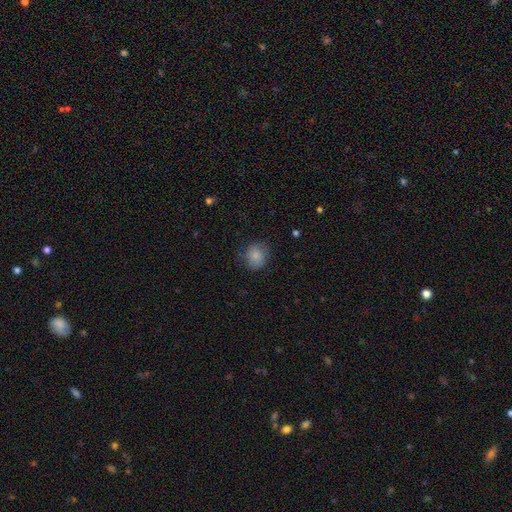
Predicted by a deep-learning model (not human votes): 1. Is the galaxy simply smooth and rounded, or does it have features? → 82% smooth, 9% featured or disk, 8% star or artifact.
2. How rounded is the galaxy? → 76% round, 23% in between, 1% cigar-shaped.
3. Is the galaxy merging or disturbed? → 73% none, 21% minor disturbance, 5% major disturbance, 1% merger.